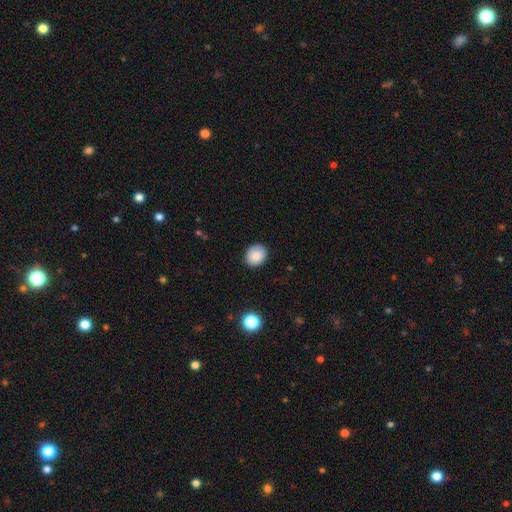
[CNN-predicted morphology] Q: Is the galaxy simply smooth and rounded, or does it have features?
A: smooth — 86%.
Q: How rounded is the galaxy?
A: round — 67%.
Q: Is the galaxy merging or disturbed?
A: none — 88%.